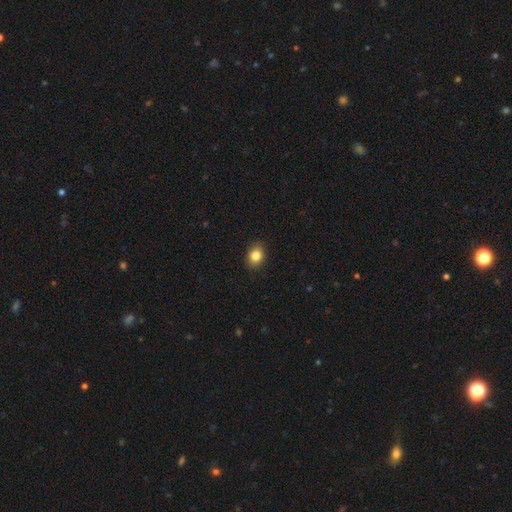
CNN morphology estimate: smooth 84%, star or artifact 9%, featured or disk 6%. Down the decision tree: how rounded — in between (62%); merging — none (88%).